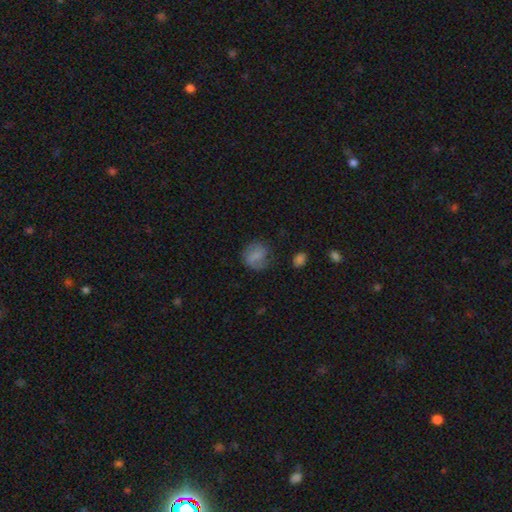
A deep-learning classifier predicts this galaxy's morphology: Q: Smooth or featured?
A: smooth (62%); runner-up: featured or disk (28%)
Q: How rounded?
A: round (74%); runner-up: in between (25%)
Q: Merging?
A: none (66%); runner-up: minor disturbance (21%)